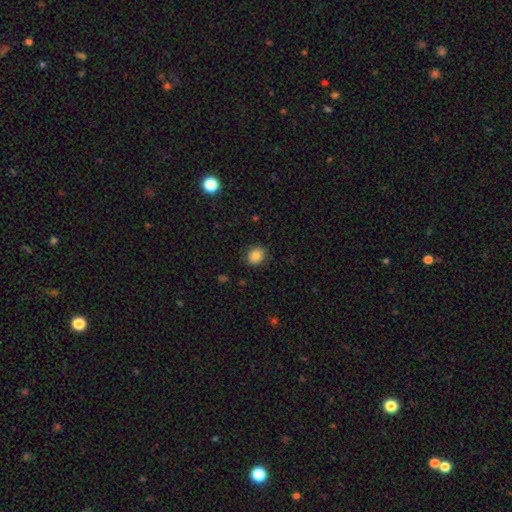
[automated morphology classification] Smooth or featured?
  - smooth: 85% *
  - star or artifact: 9%
  - featured or disk: 6%
How rounded?
  - round: 65% *
  - in between: 34%
  - cigar-shaped: 1%
Merging?
  - none: 86% *
  - minor disturbance: 10%
  - major disturbance: 3%
  - merger: 1%